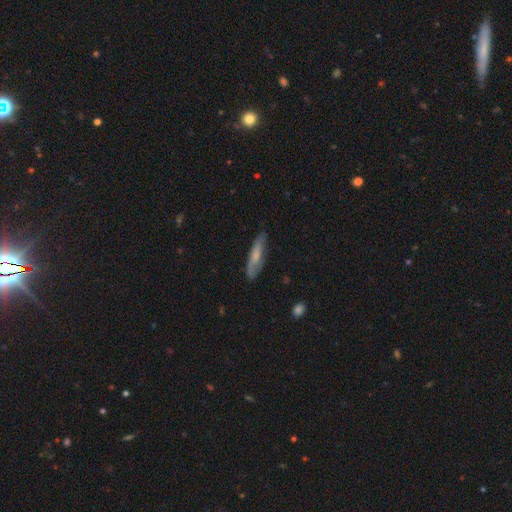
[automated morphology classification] Smooth or featured?
  - smooth: 56% *
  - featured or disk: 37%
  - star or artifact: 7%
How rounded?
  - cigar-shaped: 79% *
  - in between: 20%
  - round: 2%
Merging?
  - none: 77% *
  - minor disturbance: 18%
  - major disturbance: 4%
  - merger: 2%